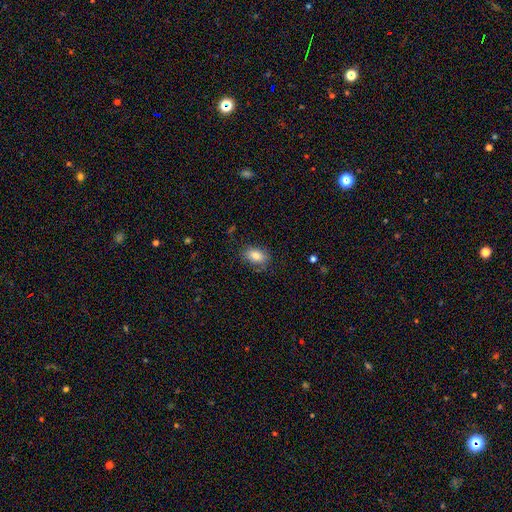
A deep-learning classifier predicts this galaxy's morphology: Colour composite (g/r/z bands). It shows a smooth galaxy with no disk features (84%) that is in between round and cigar-shaped (87%). Merging: none (79%).